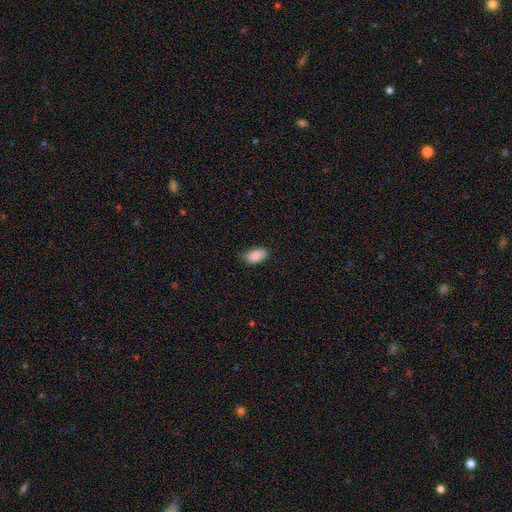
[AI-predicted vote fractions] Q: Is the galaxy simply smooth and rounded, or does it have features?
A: smooth — 90%.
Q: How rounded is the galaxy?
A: in between — 94%.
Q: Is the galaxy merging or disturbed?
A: none — 79%.